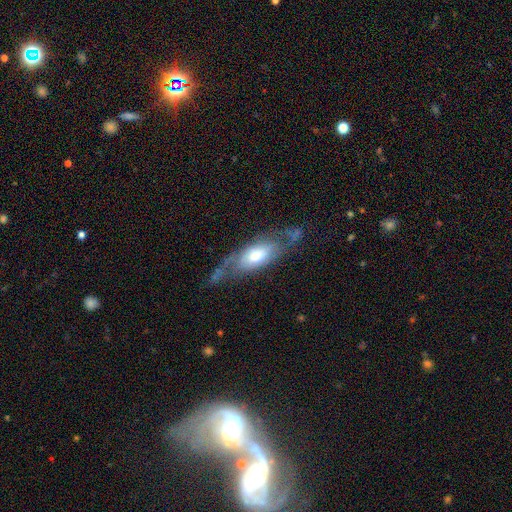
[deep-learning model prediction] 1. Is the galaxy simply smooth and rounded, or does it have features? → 57% featured or disk, 37% smooth, 6% star or artifact.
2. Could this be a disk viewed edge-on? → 76% no, 24% yes.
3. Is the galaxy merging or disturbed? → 50% none, 25% minor disturbance, 22% major disturbance, 4% merger.